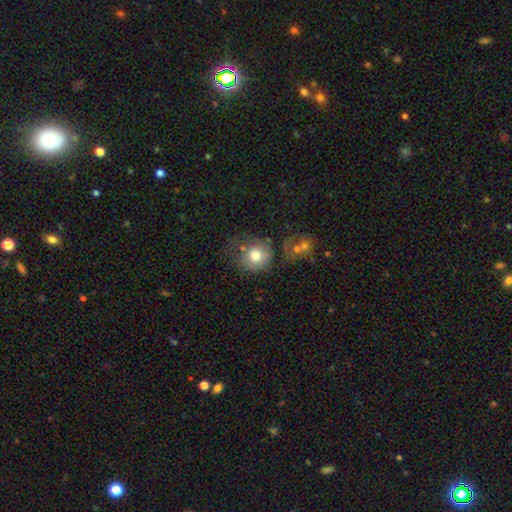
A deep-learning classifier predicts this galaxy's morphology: smooth 73%, featured or disk 16%, star or artifact 10%. Down the decision tree: how rounded — round (82%); merging — none (49%).